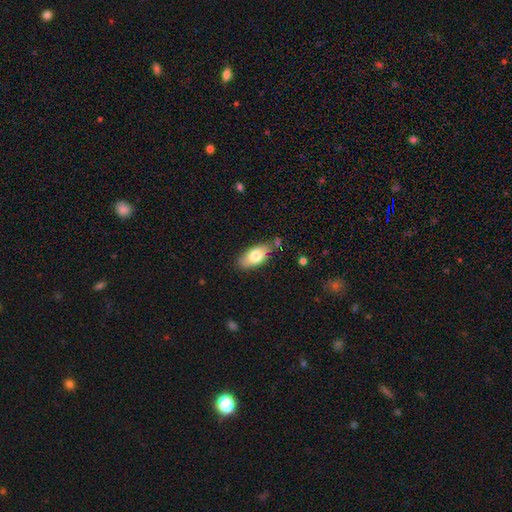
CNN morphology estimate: Smooth or featured? Predicted: smooth (p=0.75). How rounded? Predicted: in between (p=0.88). Merging? Predicted: none (p=0.74).